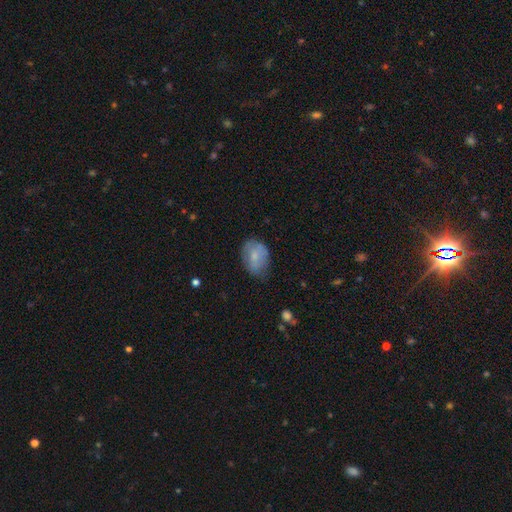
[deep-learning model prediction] A smooth galaxy with no disk features (73%) that is in between round and cigar-shaped (73%).

Vote fractions:
- Smooth or featured? smooth: 73% / featured or disk: 20% / star or artifact: 7%
- How rounded? in between: 73% / round: 25% / cigar-shaped: 1%
- Merging? none: 55% / minor disturbance: 33% / major disturbance: 10% / merger: 2%